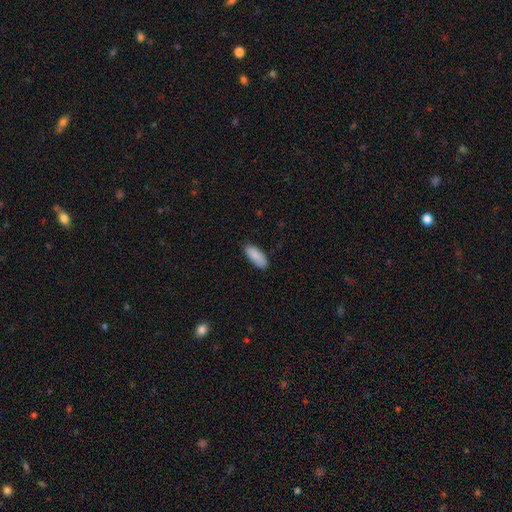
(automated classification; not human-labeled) Smooth or featured: smooth — 89% (star or artifact — 6%)
How rounded: in between — 82% (cigar-shaped — 17%)
Merging: none — 83% (minor disturbance — 13%)